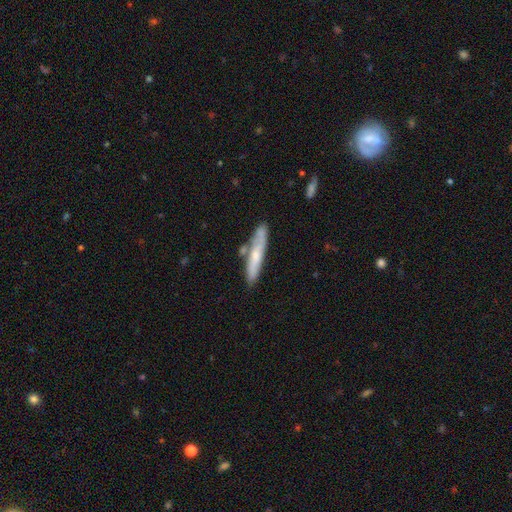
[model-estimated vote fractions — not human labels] Q: Smooth or featured?
A: smooth (54%); runner-up: featured or disk (40%)
Q: How rounded?
A: cigar-shaped (89%); runner-up: in between (10%)
Q: Merging?
A: none (70%); runner-up: minor disturbance (17%)